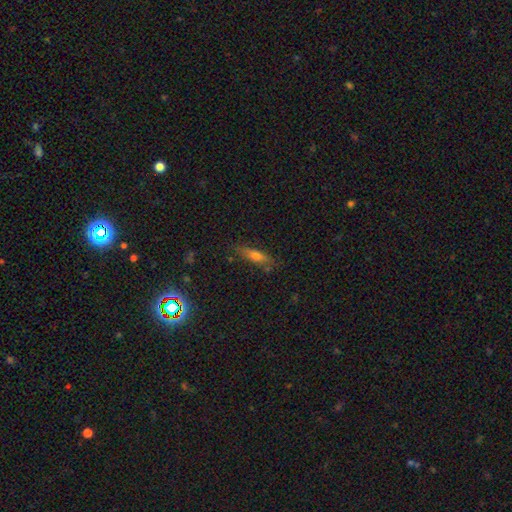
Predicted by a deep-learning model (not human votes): Smooth or featured: smooth — 55% (featured or disk — 32%)
How rounded: cigar-shaped — 64% (in between — 33%)
Merging: none — 78% (minor disturbance — 16%)